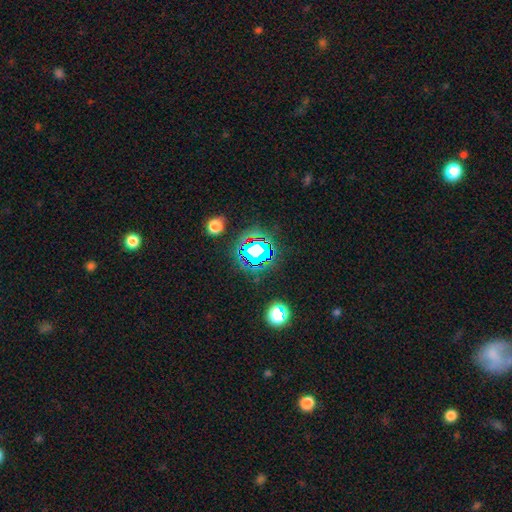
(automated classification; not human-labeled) Smooth or featured? star or artifact (76%)